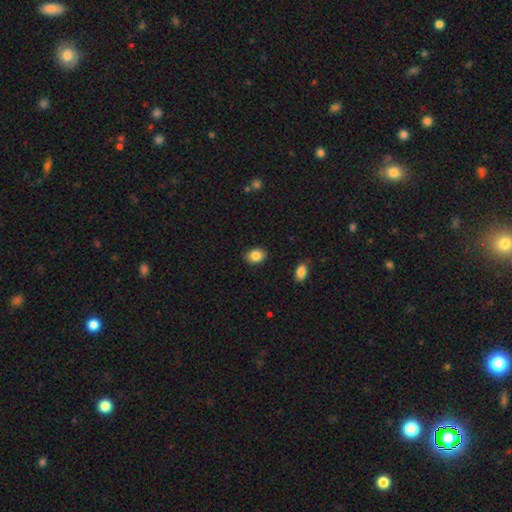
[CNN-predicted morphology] smooth-or-featured: smooth: 86% | star or artifact: 9% | featured or disk: 5%
  how-rounded: in between: 63% | round: 36% | cigar-shaped: 1%
  merging: none: 88% | minor disturbance: 8% | major disturbance: 2% | merger: 1%